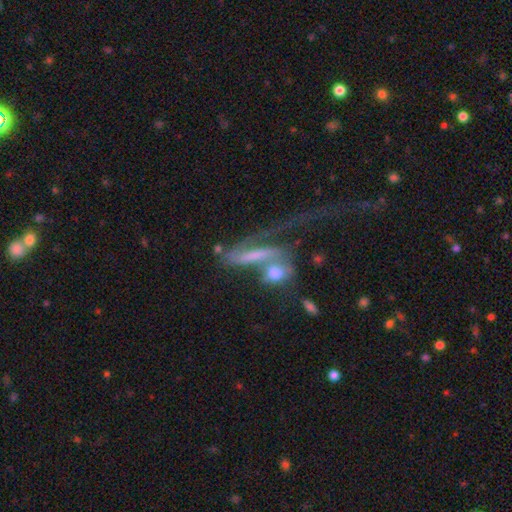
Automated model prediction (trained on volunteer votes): featured or disk 58%, smooth 25%, star or artifact 17%. Down the decision tree: edge-on disk — no (69%); merging — merger (48%).